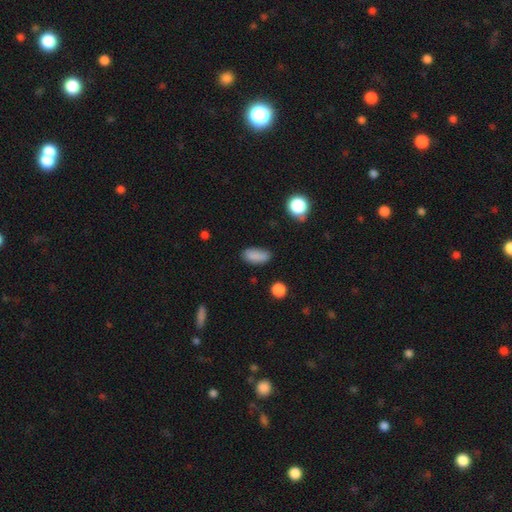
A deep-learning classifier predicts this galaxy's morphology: A smooth galaxy with no disk features (85%) that is in between round and cigar-shaped (86%). Merging: none (75%).